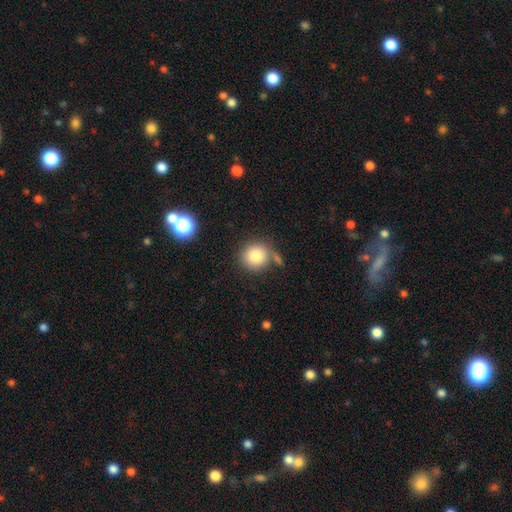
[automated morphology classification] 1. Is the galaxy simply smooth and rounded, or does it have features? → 83% smooth, 9% star or artifact, 7% featured or disk.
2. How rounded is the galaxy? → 90% round, 9% in between, 1% cigar-shaped.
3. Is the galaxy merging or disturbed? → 67% none, 14% merger, 14% minor disturbance, 6% major disturbance.